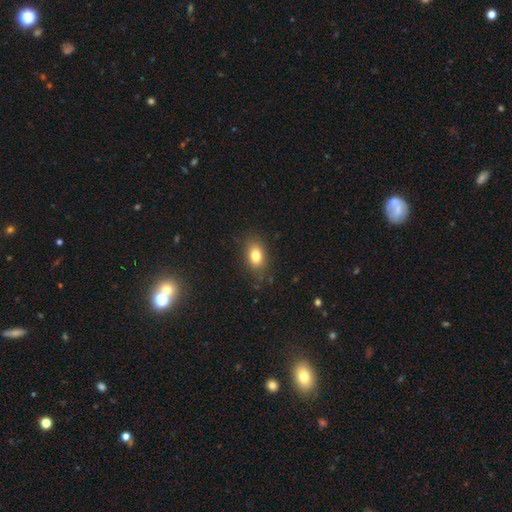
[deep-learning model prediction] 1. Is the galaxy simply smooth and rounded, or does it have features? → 81% smooth, 10% star or artifact, 10% featured or disk.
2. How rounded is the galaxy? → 83% in between, 15% round, 2% cigar-shaped.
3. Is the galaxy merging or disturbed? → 83% none, 12% minor disturbance, 3% major disturbance, 1% merger.